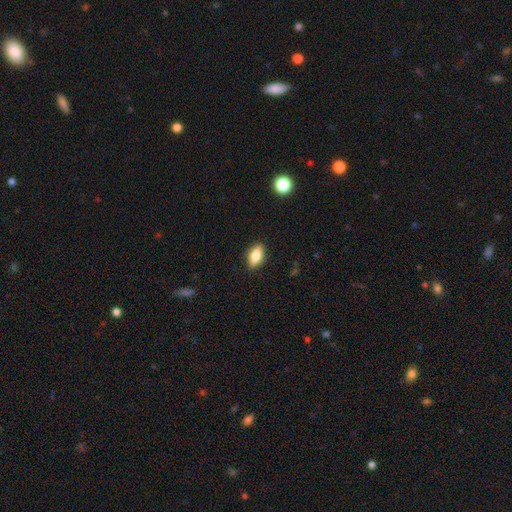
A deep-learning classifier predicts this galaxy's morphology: Q: Smooth or featured?
A: smooth (69%); runner-up: featured or disk (23%)
Q: How rounded?
A: in between (81%); runner-up: cigar-shaped (14%)
Q: Merging?
A: none (87%); runner-up: minor disturbance (9%)